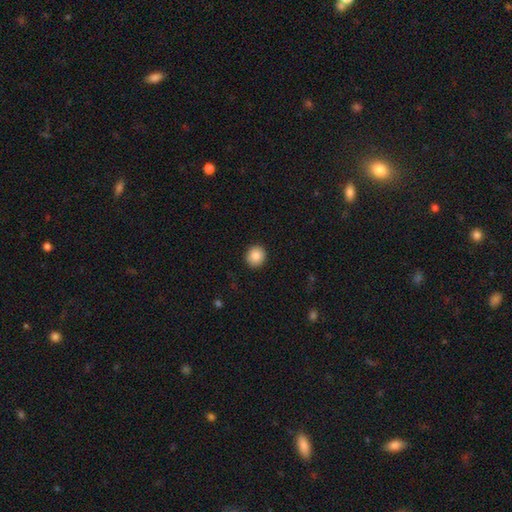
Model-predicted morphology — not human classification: smooth 87%, star or artifact 8%, featured or disk 4%. Down the decision tree: how rounded — round (88%); merging — none (91%).